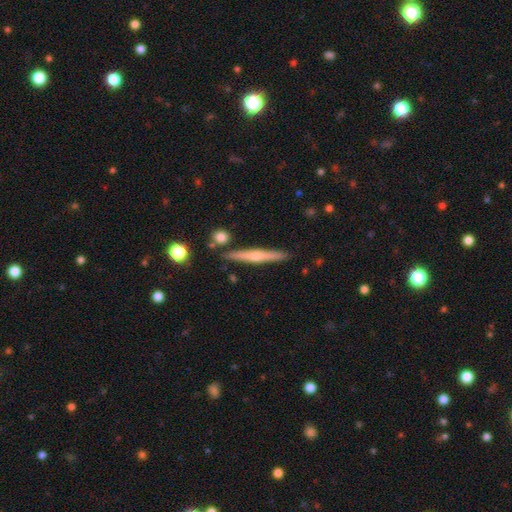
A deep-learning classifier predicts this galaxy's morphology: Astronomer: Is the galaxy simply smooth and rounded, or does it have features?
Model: featured or disk — 65%.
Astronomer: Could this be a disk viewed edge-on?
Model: yes — 96%.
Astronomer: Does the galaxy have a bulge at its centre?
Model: rounded — 72%.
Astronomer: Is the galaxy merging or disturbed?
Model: none — 84%.